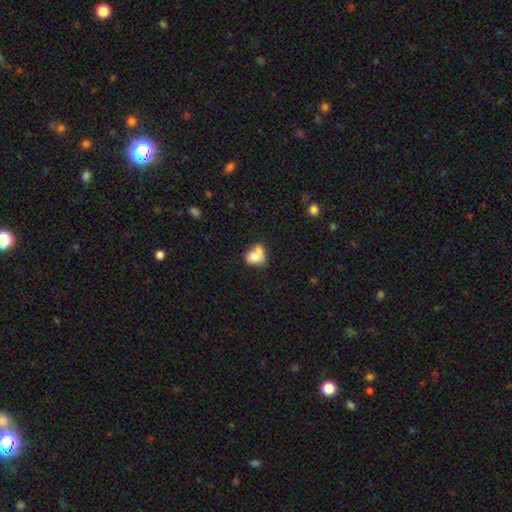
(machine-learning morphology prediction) type=smooth (76%); roundness=in between (51%); merging=merger (36%).